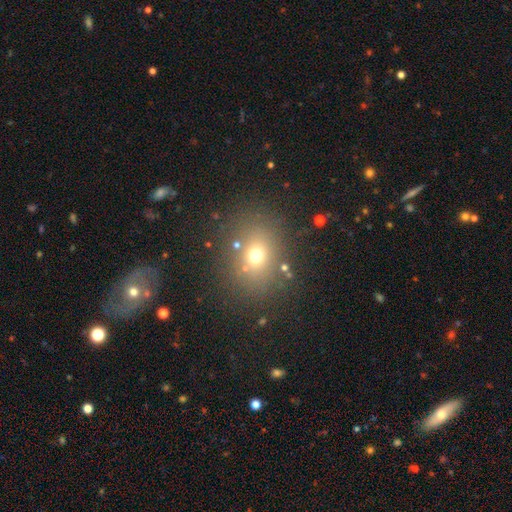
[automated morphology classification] Smooth or featured? smooth (67%)
How rounded? round (58%)
Merging? none (80%)